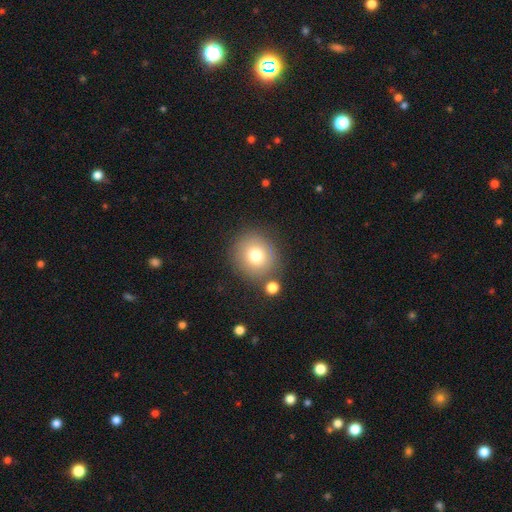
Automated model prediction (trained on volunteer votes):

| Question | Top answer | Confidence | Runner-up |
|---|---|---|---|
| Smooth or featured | smooth | 75% | featured or disk (14%) |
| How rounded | round | 87% | in between (12%) |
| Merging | none | 77% | minor disturbance (11%) |